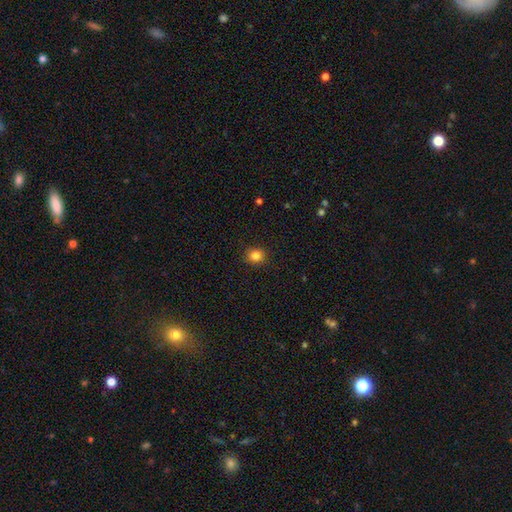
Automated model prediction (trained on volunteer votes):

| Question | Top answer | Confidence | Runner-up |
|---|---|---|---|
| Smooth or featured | smooth | 83% | star or artifact (12%) |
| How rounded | round | 82% | in between (18%) |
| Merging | none | 91% | minor disturbance (6%) |